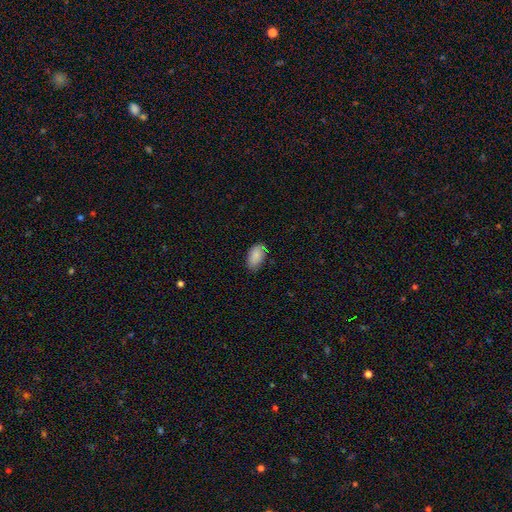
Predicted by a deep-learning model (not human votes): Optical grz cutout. It shows a smooth galaxy with no disk features (86%) that is in between round and cigar-shaped (94%). Merging: none (76%).